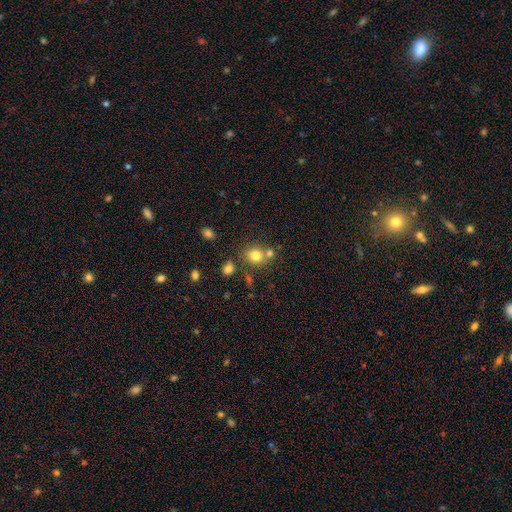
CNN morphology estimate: smooth 78%, star or artifact 13%, featured or disk 9%. Down the decision tree: how rounded — round (75%); merging — none (62%).